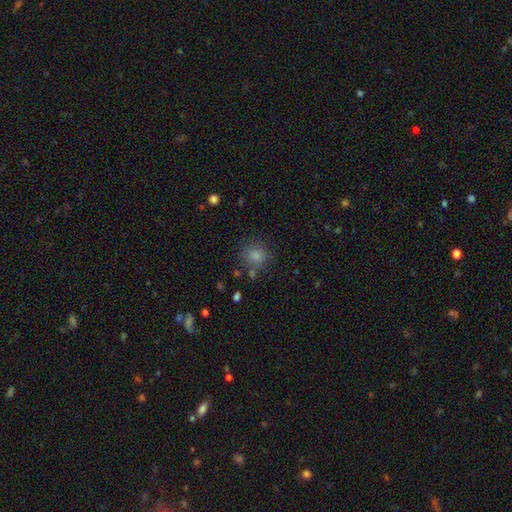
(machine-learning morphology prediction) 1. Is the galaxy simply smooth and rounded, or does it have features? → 82% smooth, 11% star or artifact, 6% featured or disk.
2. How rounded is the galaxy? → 82% round, 17% in between, 1% cigar-shaped.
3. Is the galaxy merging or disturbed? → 74% none, 14% minor disturbance, 7% merger, 5% major disturbance.